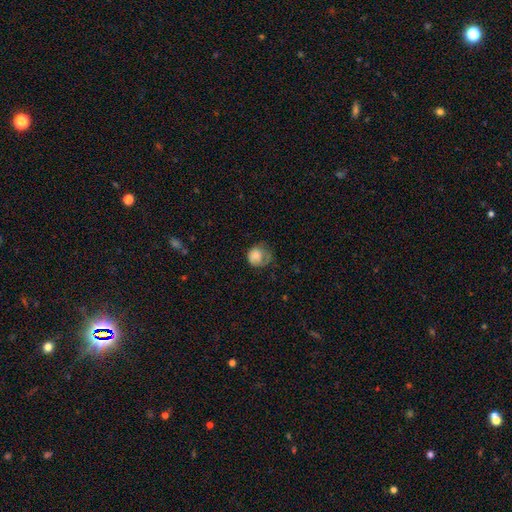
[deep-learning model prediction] A smooth galaxy with no disk features (73%) that is round (76%). Merging: none (38%).